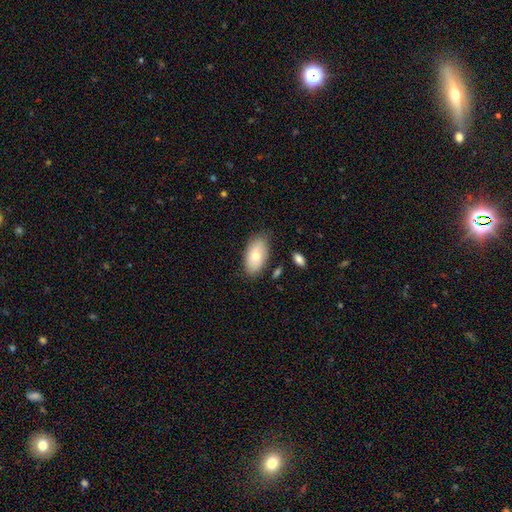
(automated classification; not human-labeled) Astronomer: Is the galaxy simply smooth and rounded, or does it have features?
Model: smooth — 73%.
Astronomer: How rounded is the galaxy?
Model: in between — 94%.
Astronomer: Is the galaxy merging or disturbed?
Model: none — 79%.